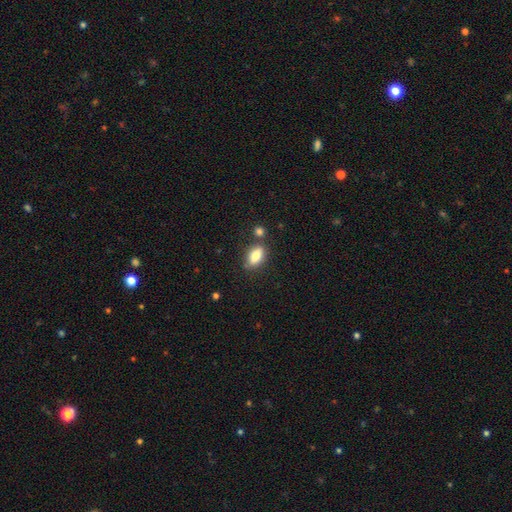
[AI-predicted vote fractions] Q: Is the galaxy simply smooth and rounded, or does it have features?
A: smooth — 82%.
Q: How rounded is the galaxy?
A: in between — 86%.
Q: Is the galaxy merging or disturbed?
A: none — 72%.